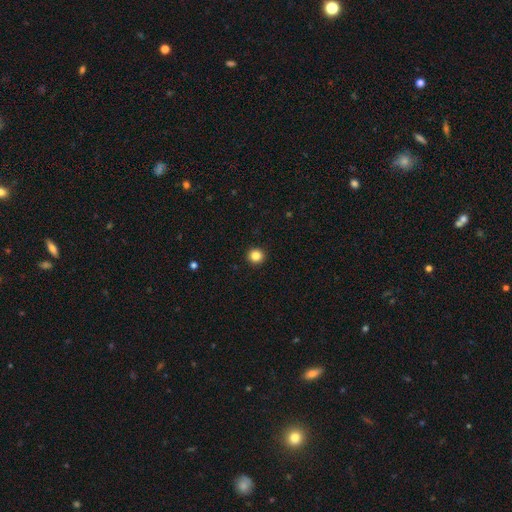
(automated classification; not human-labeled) Smooth or featured? smooth (85%)
How rounded? round (95%)
Merging? none (94%)